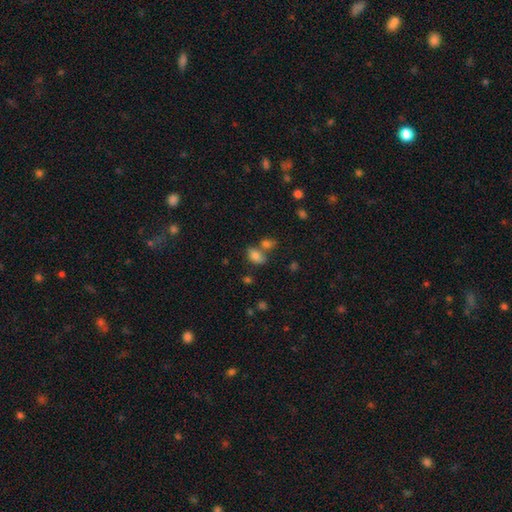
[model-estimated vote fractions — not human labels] Smooth or featured: smooth — 78% (star or artifact — 12%)
How rounded: in between — 86% (round — 11%)
Merging: none — 43% (merger — 37%)